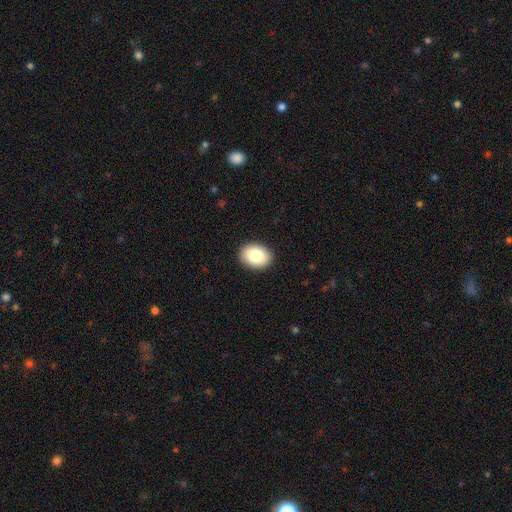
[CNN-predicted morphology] This is clearly a smooth galaxy (85%). How rounded: likely in between (72%). Merging: clearly none (91%).